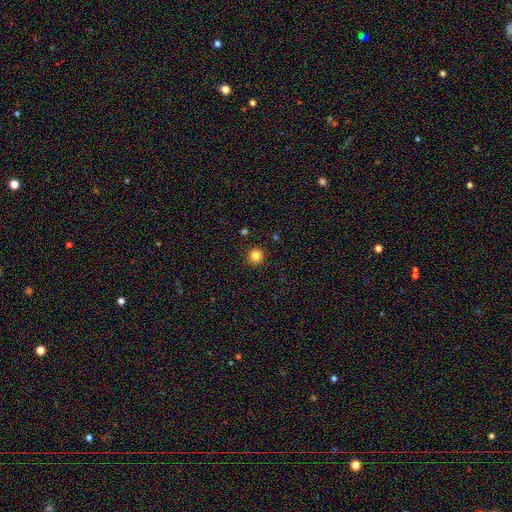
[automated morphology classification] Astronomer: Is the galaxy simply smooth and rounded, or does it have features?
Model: smooth — 83%.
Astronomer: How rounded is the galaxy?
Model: round — 95%.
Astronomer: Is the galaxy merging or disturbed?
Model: none — 92%.